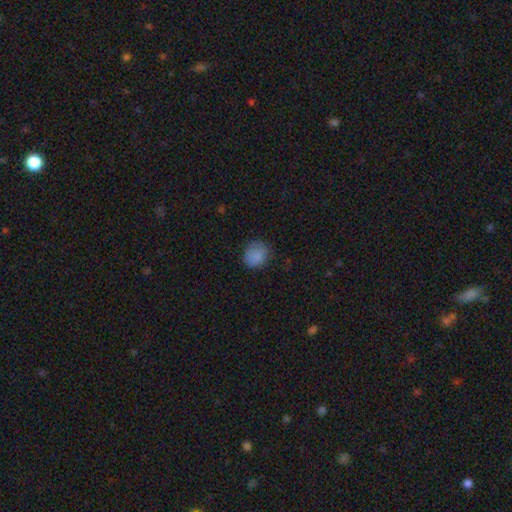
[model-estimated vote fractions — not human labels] This is clearly a smooth galaxy (84%). How rounded: likely round (79%). Merging: likely none (75%).